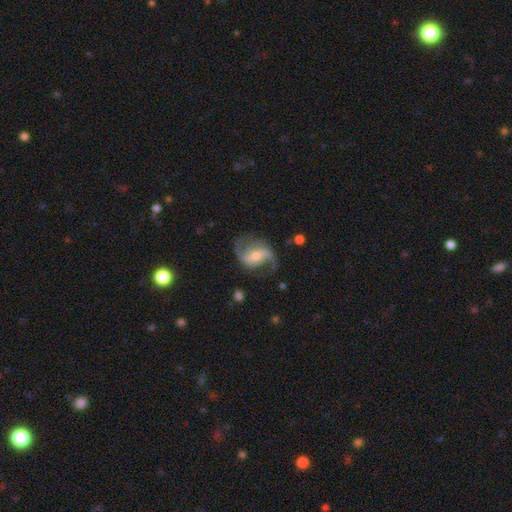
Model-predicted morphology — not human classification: featured or disk 88%, smooth 7%, star or artifact 5%. Down the decision tree: edge-on disk — no (97%); bar — weak (42%); spiral arms — yes (96%); spiral arm count — 2 (90%); spiral winding — loose (56%); bulge size — moderate (50%); merging — none (74%).